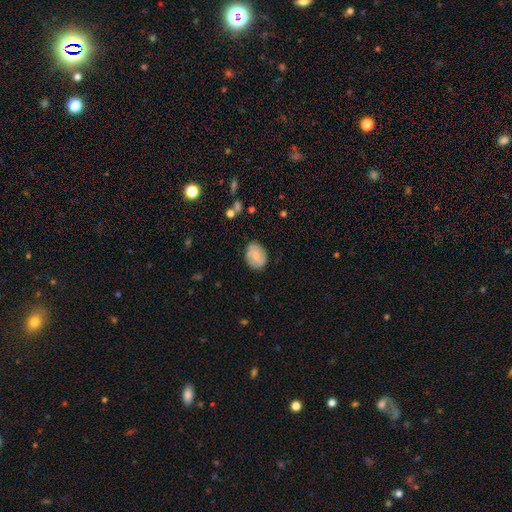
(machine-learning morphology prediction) smooth 62%, featured or disk 31%, star or artifact 7%. Down the decision tree: how rounded — in between (62%); merging — none (79%).